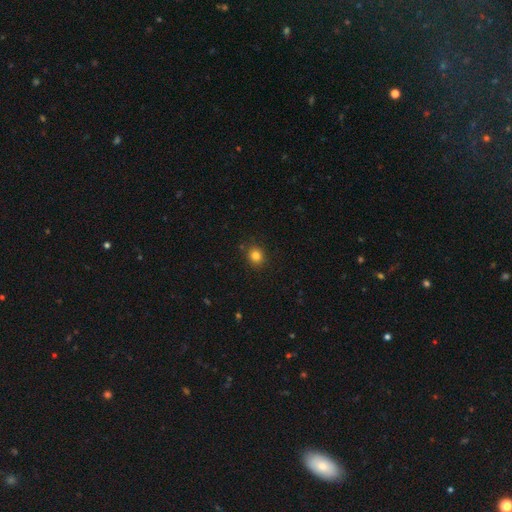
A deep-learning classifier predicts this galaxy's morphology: smooth 82%, star or artifact 13%, featured or disk 6%. Down the decision tree: how rounded — round (83%); merging — none (88%).